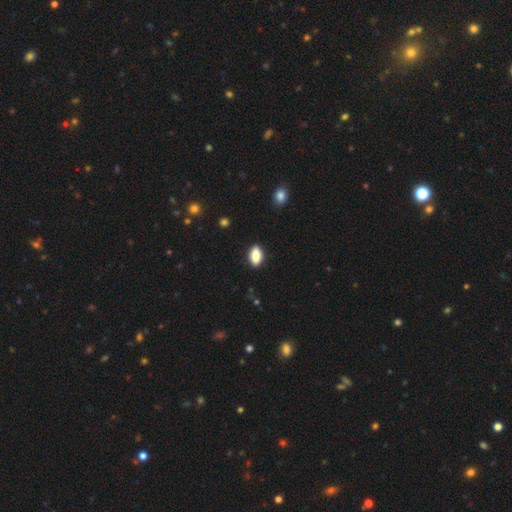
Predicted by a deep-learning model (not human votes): Smooth or featured? Predicted: smooth (p=0.84). How rounded? Predicted: in between (p=0.87). Merging? Predicted: none (p=0.88).